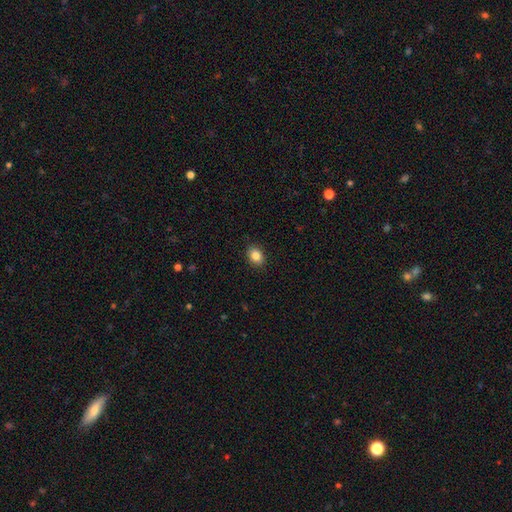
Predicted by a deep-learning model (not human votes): Morphology: type=smooth (85%); roundness=in between (67%); merging=none (89%).